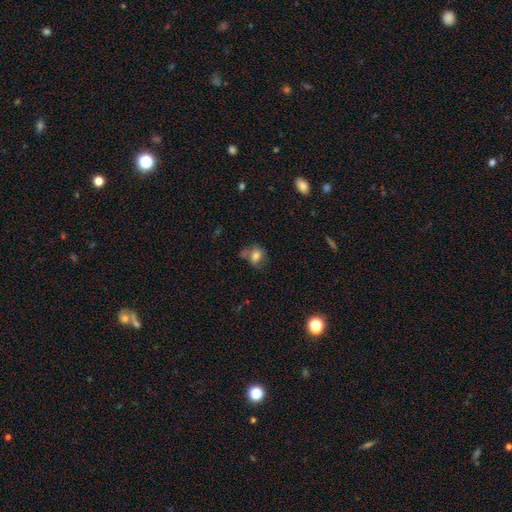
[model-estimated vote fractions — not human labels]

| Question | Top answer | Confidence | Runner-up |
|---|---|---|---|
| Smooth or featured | smooth | 69% | featured or disk (20%) |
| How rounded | in between | 49% | tied: round (49%) |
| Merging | none | 43% | minor disturbance (25%) |